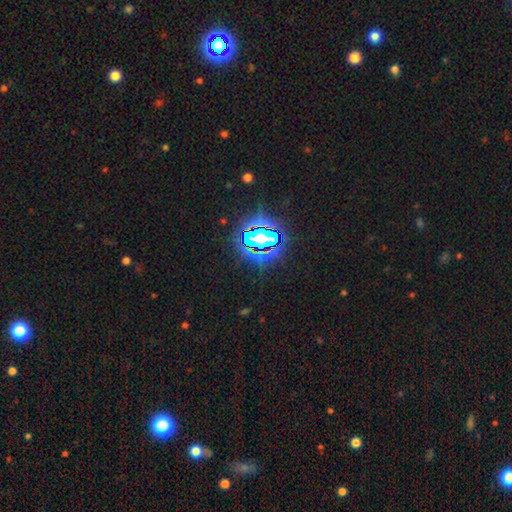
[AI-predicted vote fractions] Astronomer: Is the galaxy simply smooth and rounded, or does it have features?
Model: star or artifact — 84%.